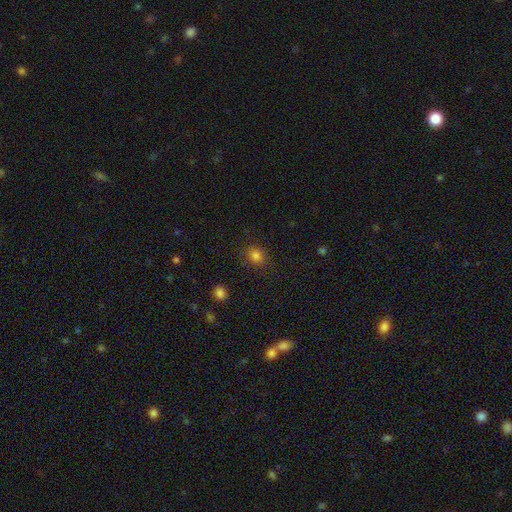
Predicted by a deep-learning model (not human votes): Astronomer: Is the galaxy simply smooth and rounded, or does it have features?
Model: smooth — 80%.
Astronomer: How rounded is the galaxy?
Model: round — 71%.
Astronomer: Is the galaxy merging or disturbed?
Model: none — 83%.